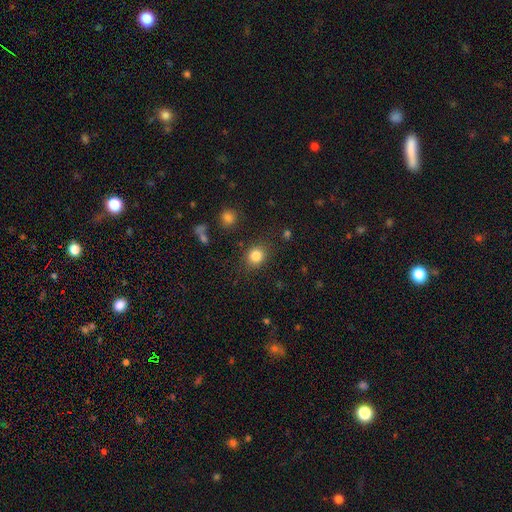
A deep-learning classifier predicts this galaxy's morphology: Smooth or featured: smooth — 83% (star or artifact — 11%)
How rounded: round — 72% (in between — 27%)
Merging: none — 85% (minor disturbance — 10%)